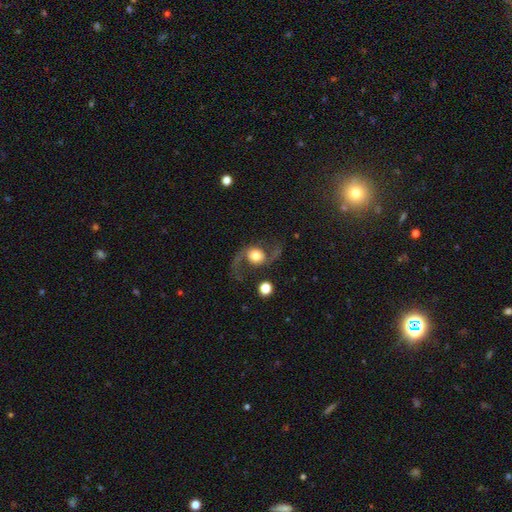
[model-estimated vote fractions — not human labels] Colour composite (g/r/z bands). It shows a featured or disk galaxy (81%) with no bar (67%), 2 (93%) loose (80%) spiral arms (95%) and a large central bulge (41%). Merging: none (68%).